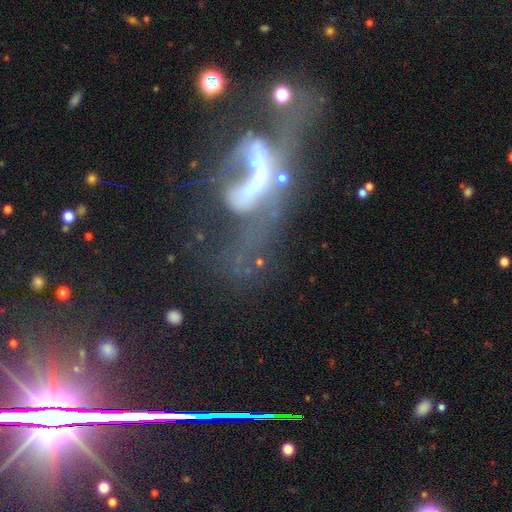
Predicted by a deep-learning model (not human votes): A featured or disk galaxy (59%). Merging: major disturbance (40%).